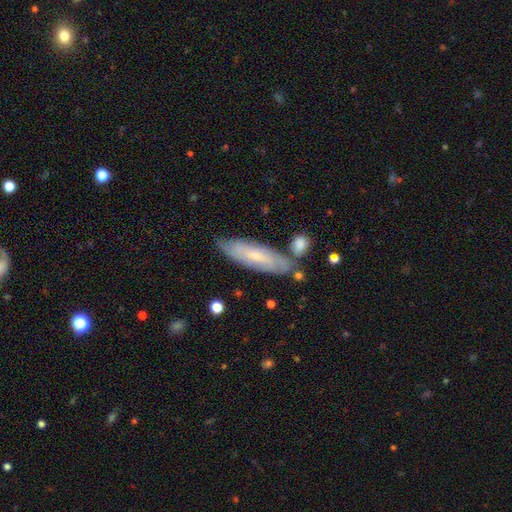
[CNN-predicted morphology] A featured or disk galaxy (50%).

Vote fractions:
- Smooth or featured? featured or disk: 50% / smooth: 43% / star or artifact: 6%
- Edge-on disk? no: 67% / yes: 33%
- Merging? none: 72% / minor disturbance: 17% / merger: 8% / major disturbance: 4%